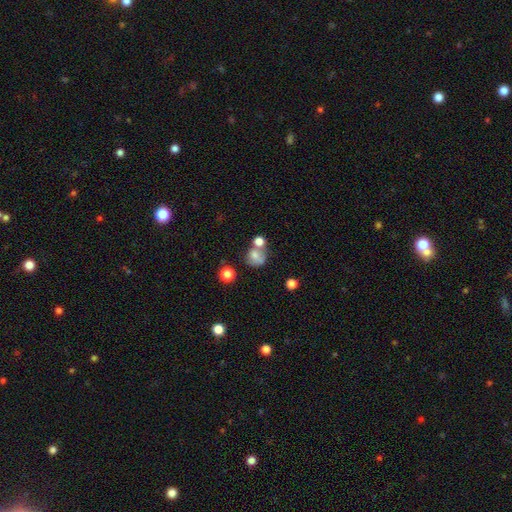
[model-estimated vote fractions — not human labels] Smooth or featured? Predicted: smooth (p=0.68). How rounded? Predicted: round (p=0.71). Merging? Predicted: none (p=0.40).